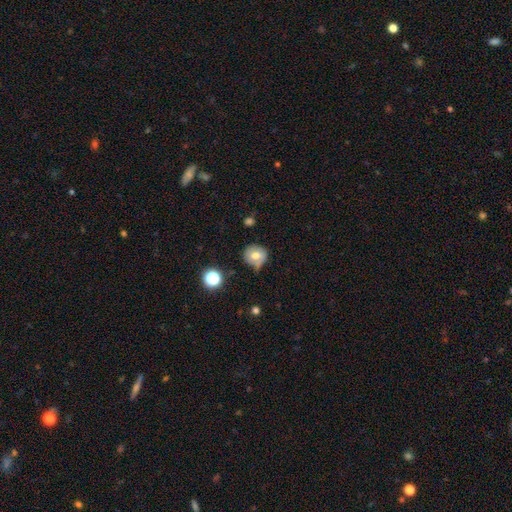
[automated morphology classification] This appears to be a smooth galaxy with no disk features (66%) that is round (86%). Merging: none (63%).